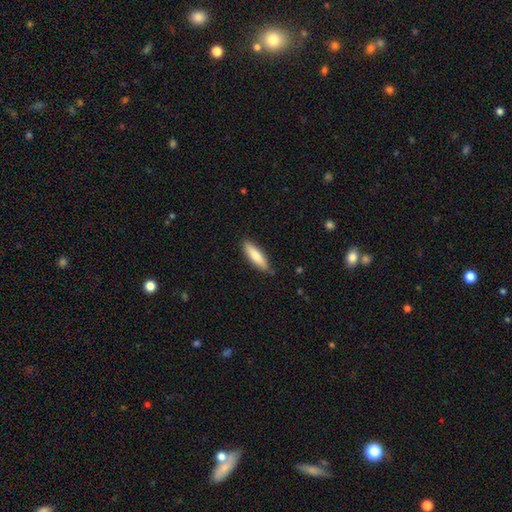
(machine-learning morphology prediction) smooth 80%, featured or disk 14%, star or artifact 5%. Down the decision tree: how rounded — cigar-shaped (62%); merging — none (86%).